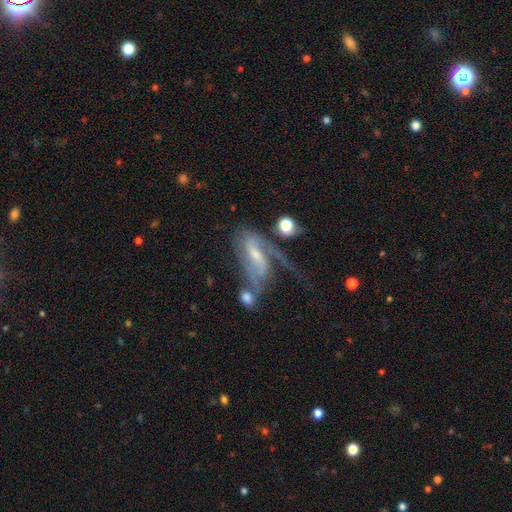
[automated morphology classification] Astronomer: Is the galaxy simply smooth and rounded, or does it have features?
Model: featured or disk — 74%.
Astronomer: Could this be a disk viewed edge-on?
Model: no — 90%.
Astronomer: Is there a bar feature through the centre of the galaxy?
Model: weak — 42% (runner-up: no, 29%).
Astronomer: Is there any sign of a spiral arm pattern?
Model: yes — 86%.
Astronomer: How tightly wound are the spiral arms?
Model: loose — 42% (runner-up: medium, 38%).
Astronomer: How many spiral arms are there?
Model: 2 — 54%.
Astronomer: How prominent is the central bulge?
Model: small — 52% (runner-up: moderate, 33%).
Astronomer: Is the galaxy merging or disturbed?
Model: major disturbance — 37% (runner-up: none, 25%).